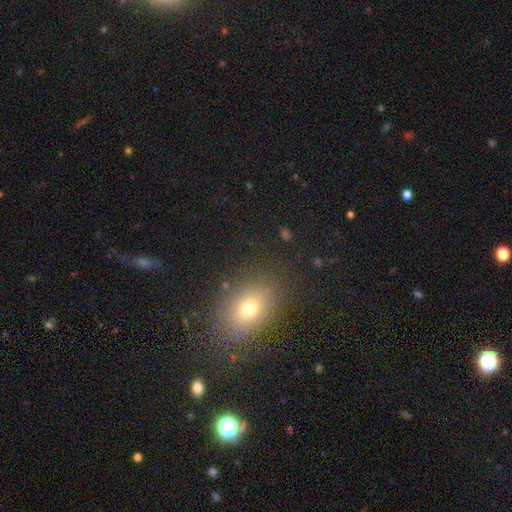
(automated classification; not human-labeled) smooth-or-featured: smooth: 68% | star or artifact: 21% | featured or disk: 11%
  how-rounded: in between: 74% | round: 24% | cigar-shaped: 2%
  merging: none: 86% | minor disturbance: 9% | major disturbance: 4% | merger: 2%